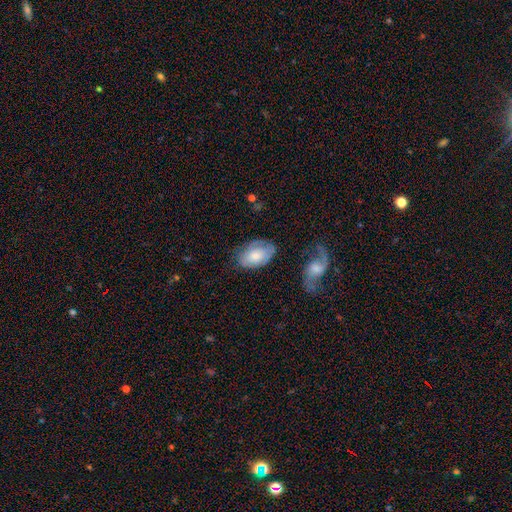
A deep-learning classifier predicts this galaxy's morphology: Overall: smooth (66%; featured or disk 28%). How rounded: in between (92%). Merging: none (60%; minor disturbance 27%).